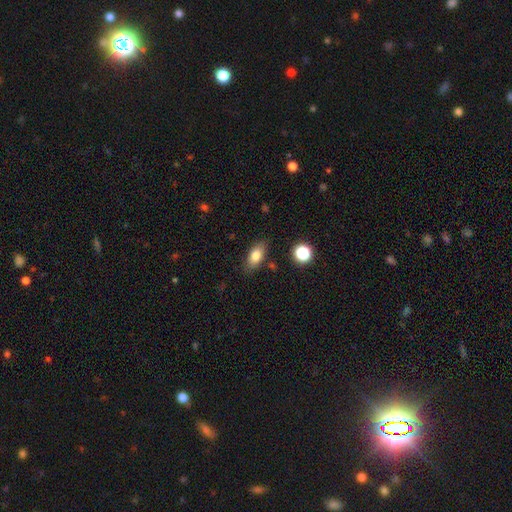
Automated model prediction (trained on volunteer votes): Smooth or featured: smooth — 79% (featured or disk — 12%)
How rounded: in between — 84% (cigar-shaped — 8%)
Merging: none — 82% (minor disturbance — 12%)